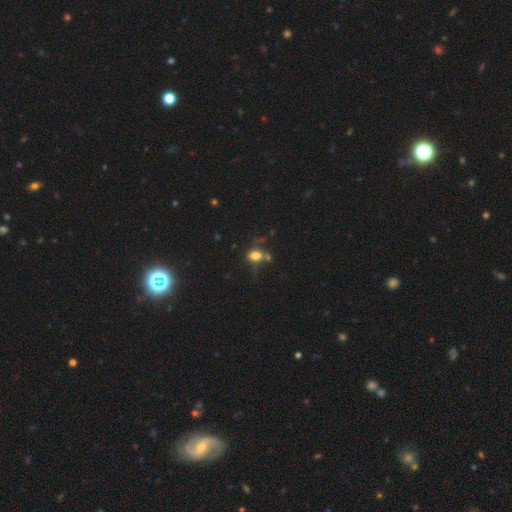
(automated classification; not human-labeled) smooth-or-featured: smooth: 75% | star or artifact: 14% | featured or disk: 12%
  how-rounded: in between: 63% | round: 35% | cigar-shaped: 2%
  merging: none: 50% | minor disturbance: 21% | merger: 17% | major disturbance: 12%